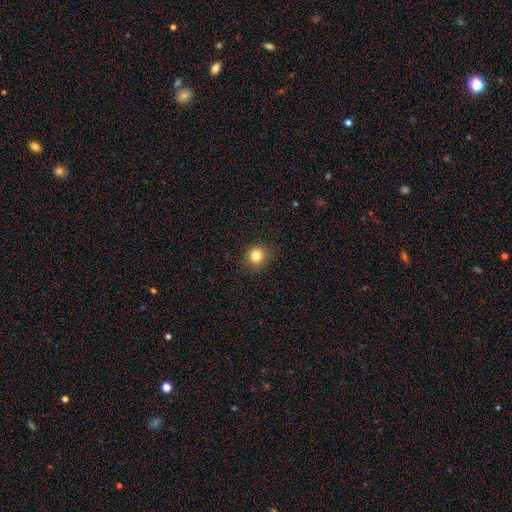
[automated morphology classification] Smooth or featured? Predicted: smooth (p=0.81). How rounded? Predicted: round (p=0.90). Merging? Predicted: none (p=0.89).